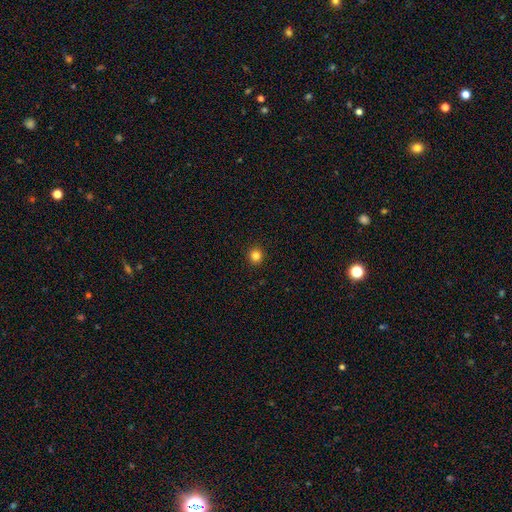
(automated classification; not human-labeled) smooth-or-featured: smooth: 83% | star or artifact: 13% | featured or disk: 5%
  how-rounded: round: 94% | in between: 5% | cigar-shaped: 1%
  merging: none: 93% | minor disturbance: 4% | major disturbance: 1% | merger: 1%